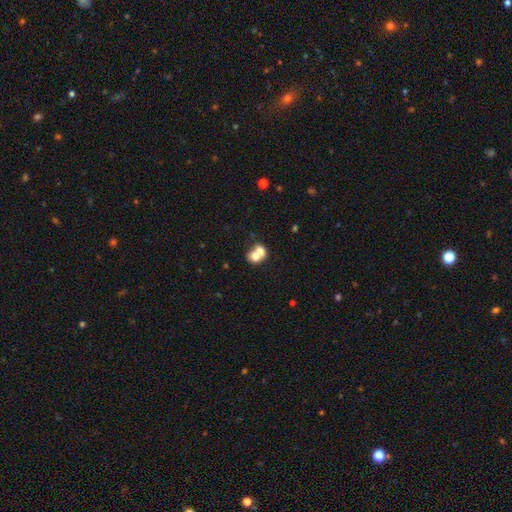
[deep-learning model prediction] smooth_or_featured: smooth (p=0.68) [alt: featured or disk p=0.22]
how_rounded: round (p=0.60) [alt: in between p=0.39]
merging: merger (p=0.69) [alt: none p=0.22]